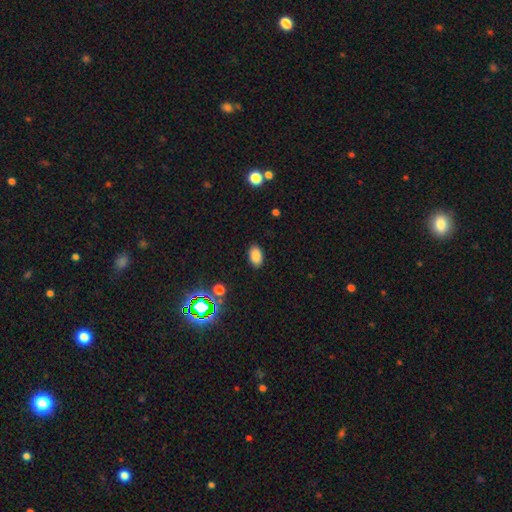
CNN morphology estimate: A smooth galaxy with no disk features (82%) that is in between round and cigar-shaped (92%). Merging: none (88%).